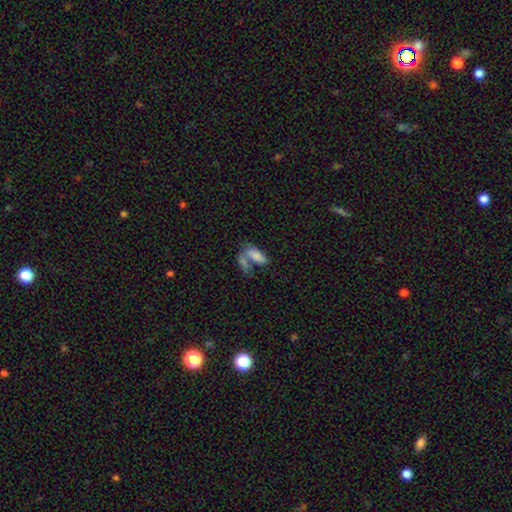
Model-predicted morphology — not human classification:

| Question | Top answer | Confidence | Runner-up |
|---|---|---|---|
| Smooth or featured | smooth | 74% | featured or disk (18%) |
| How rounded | in between | 78% | cigar-shaped (18%) |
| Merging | merger | 56% | none (24%) |